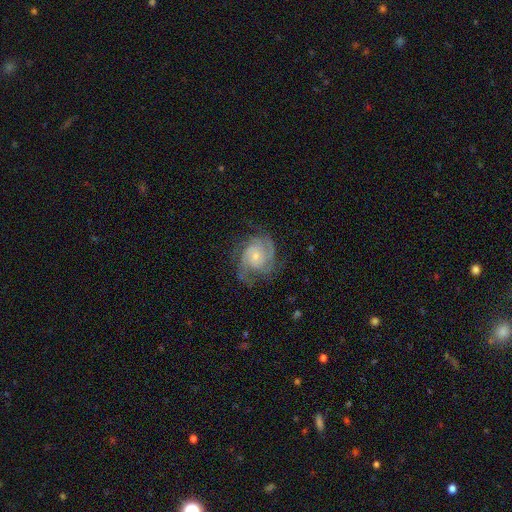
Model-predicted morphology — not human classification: smooth-or-featured: featured or disk: 88% | smooth: 6% | star or artifact: 5%
  disk-edge-on: no: 98% | yes: 2%
    bar: no: 69% | weak: 26% | strong: 5%
    has-spiral-arms: yes: 98% | no: 2%
      spiral-winding: tight: 55% | medium: 38% | loose: 7%
      spiral-arm-count: 3: 43% | 2: 17% | 4: 17% | can't tell: 12% | more than 4: 5% | 1: 5%
    bulge-size: small: 66% | moderate: 27% | none: 3% | large: 2% | dominant: 1%
  merging: none: 72% | minor disturbance: 17% | major disturbance: 10% | merger: 1%